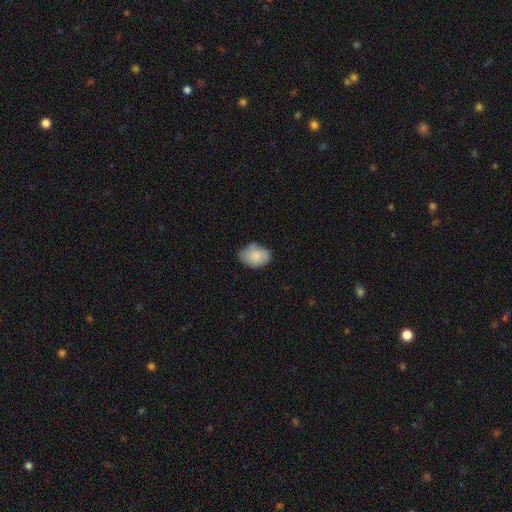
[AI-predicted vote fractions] This appears to be a smooth galaxy with no disk features (81%) that is in between round and cigar-shaped (81%). Merging: none (60%).